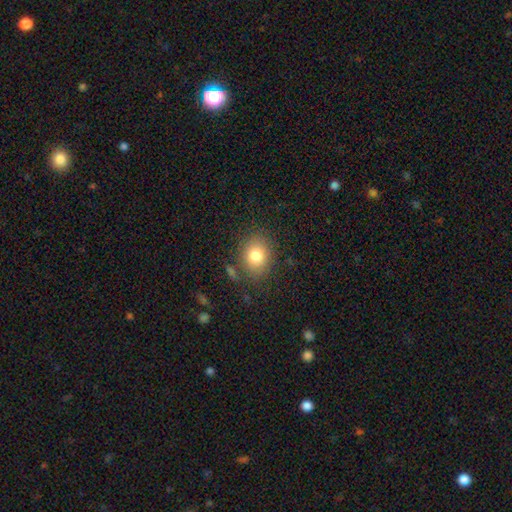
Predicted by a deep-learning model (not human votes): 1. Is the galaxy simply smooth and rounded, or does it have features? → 82% smooth, 10% star or artifact, 8% featured or disk.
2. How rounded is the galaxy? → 57% round, 42% in between, 1% cigar-shaped.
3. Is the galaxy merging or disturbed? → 81% none, 12% minor disturbance, 4% major disturbance, 3% merger.